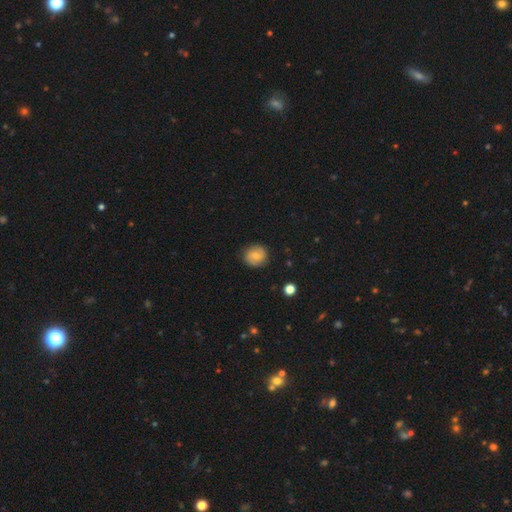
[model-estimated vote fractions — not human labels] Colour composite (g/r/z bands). It shows a smooth galaxy with no disk features (62%) that is round (86%). Merging: none (85%).